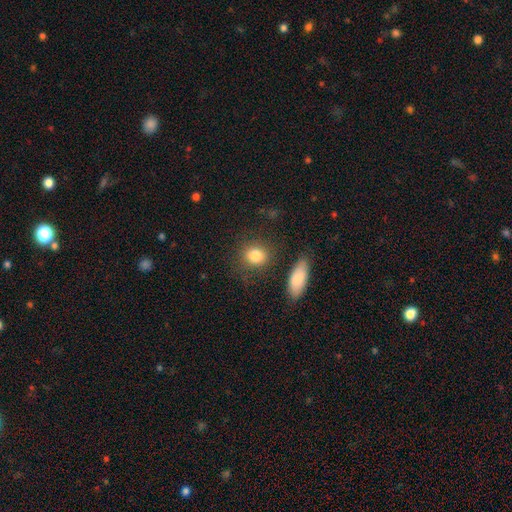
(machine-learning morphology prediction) Smooth or featured? smooth (84%)
How rounded? round (64%)
Merging? none (75%)